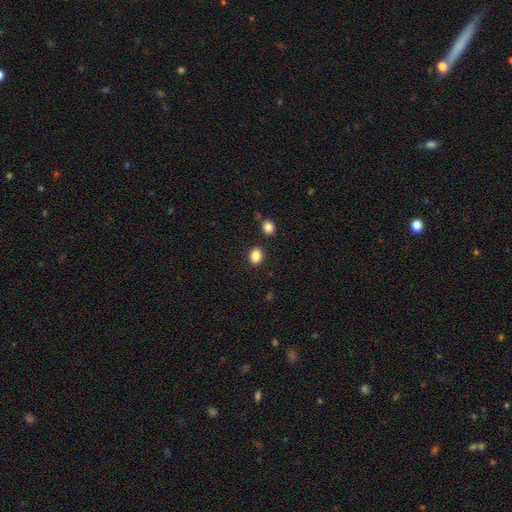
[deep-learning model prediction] Smooth or featured?
  - smooth: 86% *
  - star or artifact: 10%
  - featured or disk: 5%
How rounded?
  - in between: 57% *
  - round: 42%
  - cigar-shaped: 1%
Merging?
  - none: 86% *
  - minor disturbance: 8%
  - merger: 4%
  - major disturbance: 2%